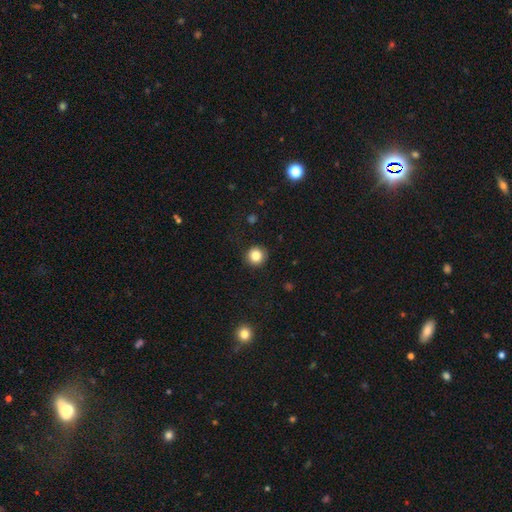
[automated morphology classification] A smooth galaxy with no disk features (84%) that is round (94%). Merging: none (90%).